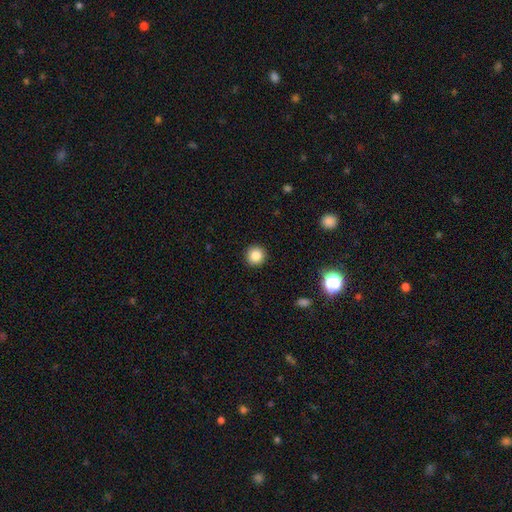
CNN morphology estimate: smooth-or-featured: smooth: 85% | star or artifact: 10% | featured or disk: 4%
  how-rounded: round: 95% | in between: 4% | cigar-shaped: 1%
  merging: none: 92% | minor disturbance: 5% | major disturbance: 2% | merger: 1%